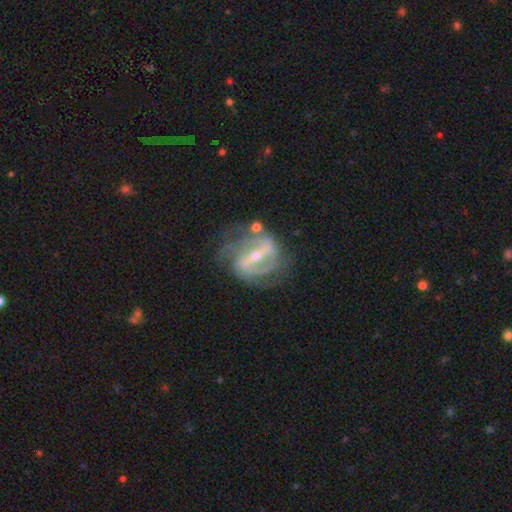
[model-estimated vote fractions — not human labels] A featured or disk galaxy (88%) with a strong bar (76%), 2 (69%) medium (45%) spiral arms (90%) and a small central bulge (56%).

Vote fractions:
- Smooth or featured? featured or disk: 88% / smooth: 6% / star or artifact: 6%
- Edge-on disk? no: 95% / yes: 5%
- Bar? strong: 76% / weak: 18% / no: 6%
- Spiral arms? yes: 90% / no: 10%
- Spiral winding? medium: 45% / tight: 34% / loose: 21%
- Spiral arm count? 2: 69% / can't tell: 13% / 3: 9% / 1: 4% / 4: 3% / more than 4: 2%
- Bulge size? small: 56% / moderate: 41% / large: 1% / none: 1% / dominant: 1%
- Merging? none: 60% / minor disturbance: 21% / major disturbance: 14% / merger: 5%